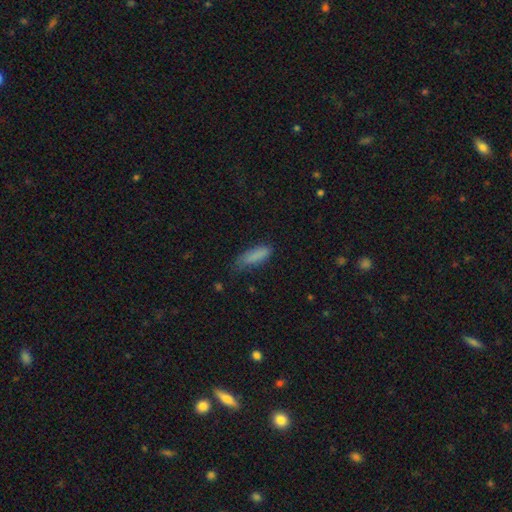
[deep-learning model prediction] Overall: smooth (85%). How rounded: in between (51%; cigar-shaped 48%). Merging: none (61%; minor disturbance 29%).